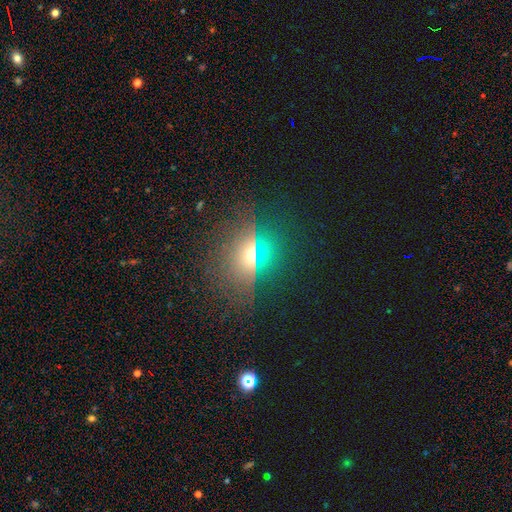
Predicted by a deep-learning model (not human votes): Morphology: type=featured or disk (47%); merging=none (79%).